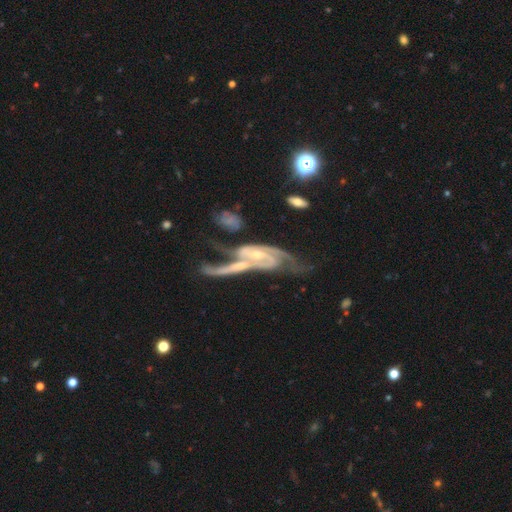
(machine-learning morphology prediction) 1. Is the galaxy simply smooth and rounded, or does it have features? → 89% featured or disk, 6% star or artifact, 5% smooth.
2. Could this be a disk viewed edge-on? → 91% no, 9% yes.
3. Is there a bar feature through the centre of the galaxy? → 39% no, 36% weak, 25% strong.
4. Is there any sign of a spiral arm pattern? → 96% yes, 4% no.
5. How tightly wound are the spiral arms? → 45% medium, 30% tight, 25% loose.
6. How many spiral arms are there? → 77% 2, 9% can't tell, 6% 3, 3% 1, 2% 4, 2% more than 4.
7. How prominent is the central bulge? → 67% small, 28% moderate, 3% none, 1% large, 1% dominant.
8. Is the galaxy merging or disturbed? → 43% merger, 27% none, 16% major disturbance, 14% minor disturbance.